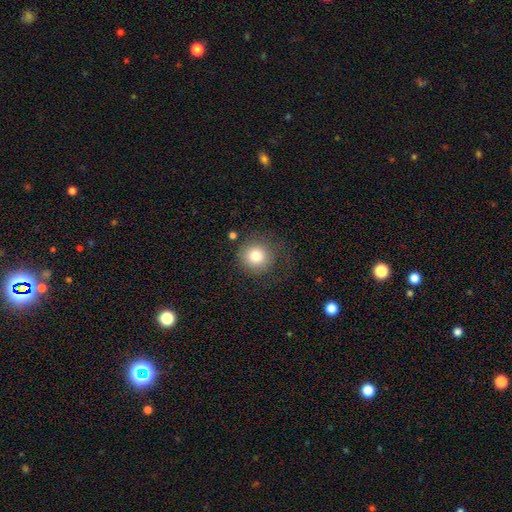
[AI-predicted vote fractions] This is clearly a smooth galaxy (80%). How rounded: clearly round (92%). Merging: likely none (75%).